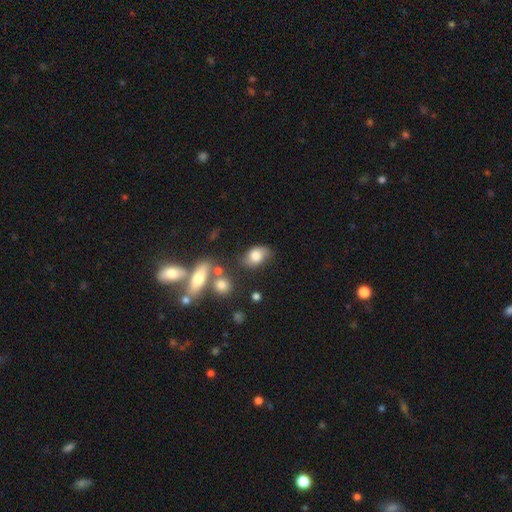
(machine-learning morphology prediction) Smooth or featured: smooth — 74% (featured or disk — 17%)
How rounded: in between — 83% (round — 16%)
Merging: none — 59% (minor disturbance — 24%)